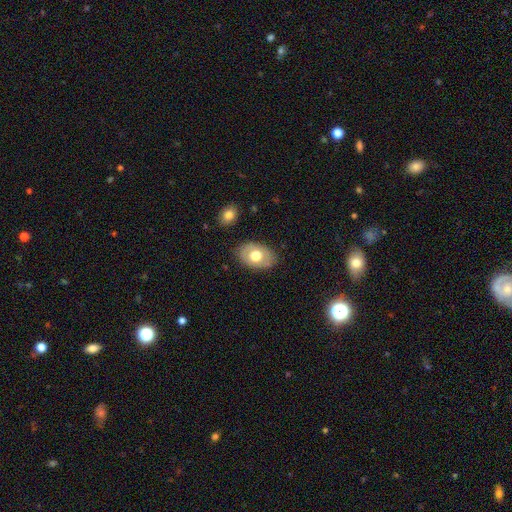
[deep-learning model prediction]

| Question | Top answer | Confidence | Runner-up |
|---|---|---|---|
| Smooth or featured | smooth | 60% | featured or disk (33%) |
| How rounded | in between | 82% | round (17%) |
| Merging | none | 81% | minor disturbance (14%) |